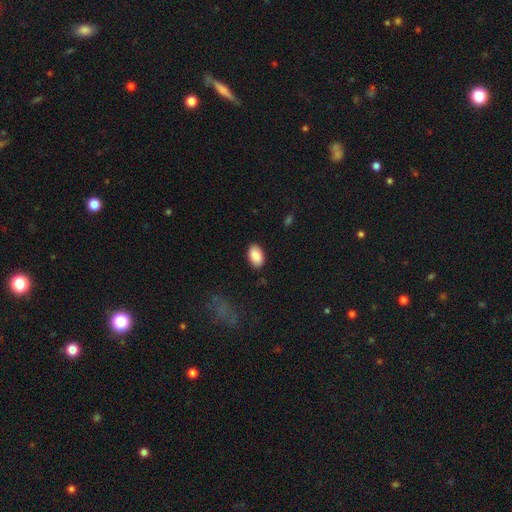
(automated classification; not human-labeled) A smooth galaxy with no disk features (89%) that is in between round and cigar-shaped (93%). Merging: none (87%).